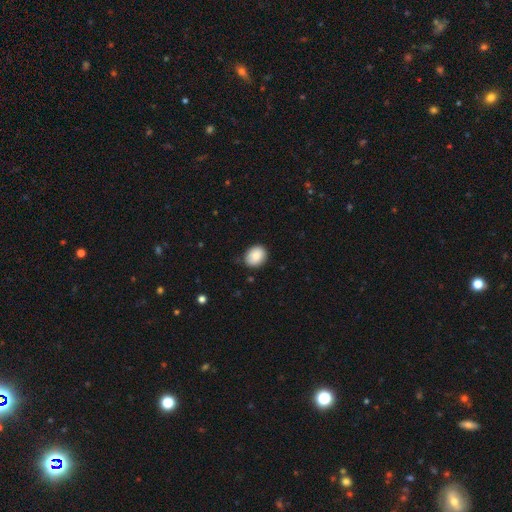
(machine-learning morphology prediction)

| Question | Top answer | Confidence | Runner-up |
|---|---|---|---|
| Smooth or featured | smooth | 86% | star or artifact (8%) |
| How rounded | round | 55% | in between (44%) |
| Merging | none | 80% | minor disturbance (16%) |